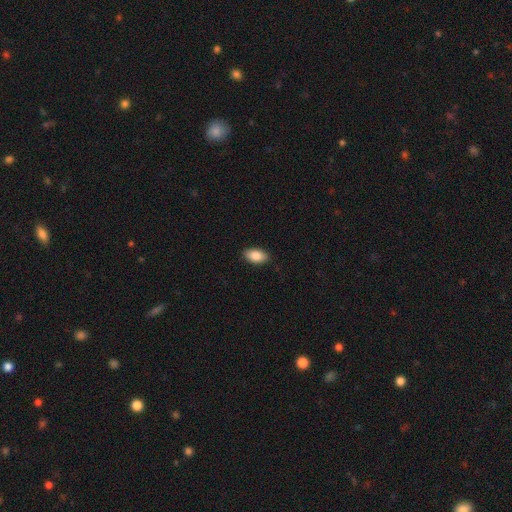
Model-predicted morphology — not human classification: The model was most divided on "merging": none: 88%, minor disturbance: 9%, major disturbance: 2%, merger: 1%. More confident: how rounded — in between (93%); smooth or featured — smooth (88%).